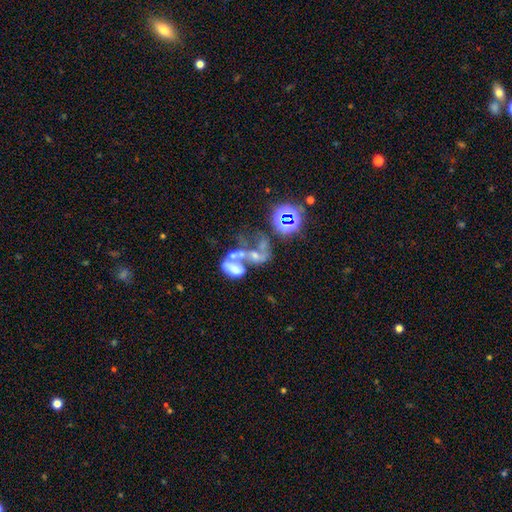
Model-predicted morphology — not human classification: Smooth or featured? featured or disk (44%)
Merging? merger (60%)